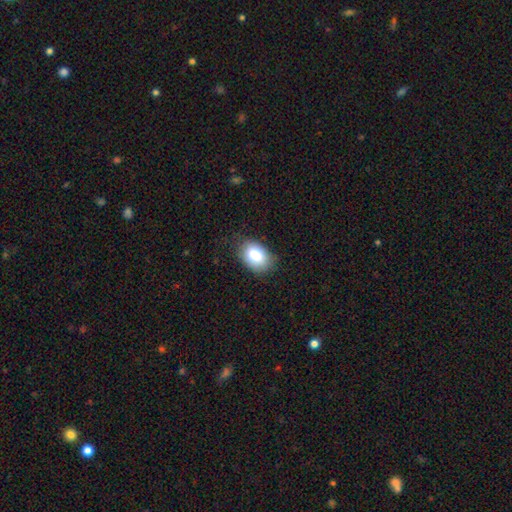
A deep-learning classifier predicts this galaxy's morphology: smooth-or-featured: smooth: 85% | star or artifact: 7% | featured or disk: 7%
  how-rounded: in between: 86% | round: 13% | cigar-shaped: 1%
  merging: none: 76% | minor disturbance: 19% | major disturbance: 4% | merger: 1%